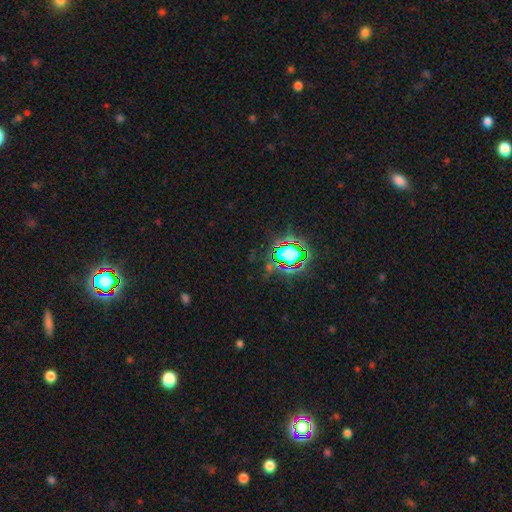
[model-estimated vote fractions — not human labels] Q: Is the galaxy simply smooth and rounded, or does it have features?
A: star or artifact — 79%.